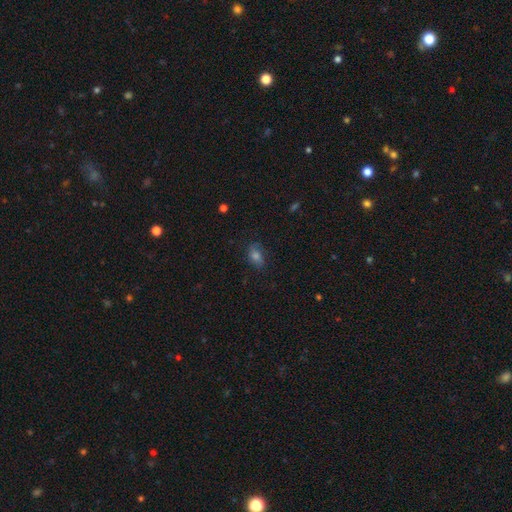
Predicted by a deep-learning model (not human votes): smooth-or-featured: smooth: 64% | star or artifact: 19% | featured or disk: 17%
  how-rounded: in between: 77% | round: 20% | cigar-shaped: 3%
  merging: none: 76% | minor disturbance: 17% | major disturbance: 5% | merger: 1%